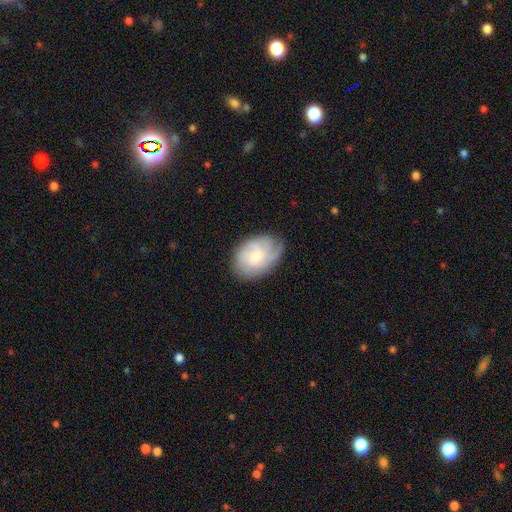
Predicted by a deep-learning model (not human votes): The model was most divided on "smooth or featured": smooth: 47%, featured or disk: 46%, star or artifact: 7%. More confident: merging — none (66%).